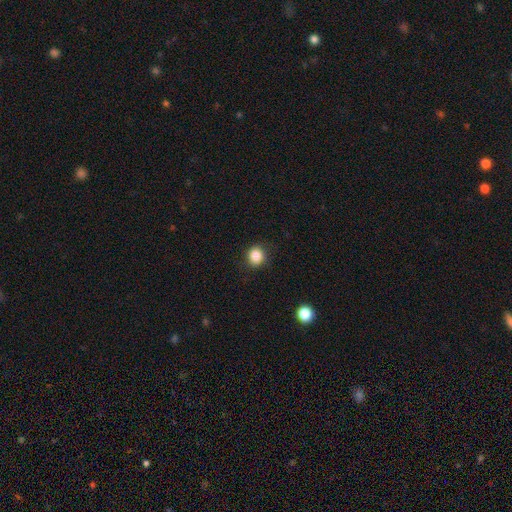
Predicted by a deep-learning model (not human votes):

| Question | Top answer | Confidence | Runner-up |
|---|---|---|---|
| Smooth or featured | smooth | 85% | star or artifact (10%) |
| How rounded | round | 79% | in between (20%) |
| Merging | none | 87% | minor disturbance (9%) |